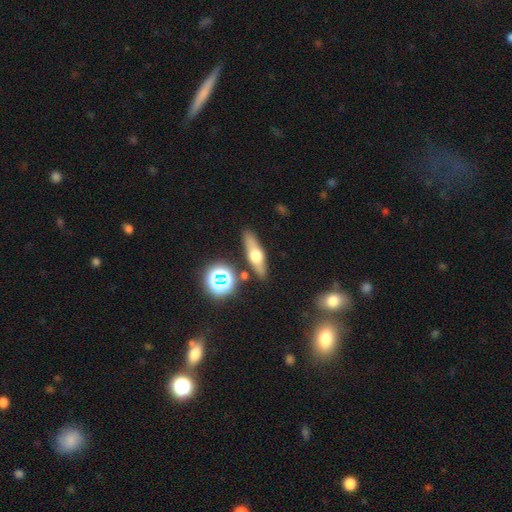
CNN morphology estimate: featured or disk 50%, smooth 39%, star or artifact 11%. Down the decision tree: merging — none (86%).